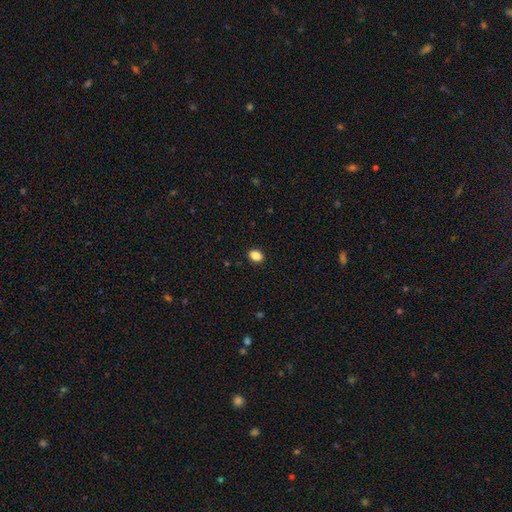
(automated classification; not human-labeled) The model was most divided on "how rounded": in between: 69%, round: 30%, cigar-shaped: 1%. More confident: merging — none (91%); smooth or featured — smooth (87%).